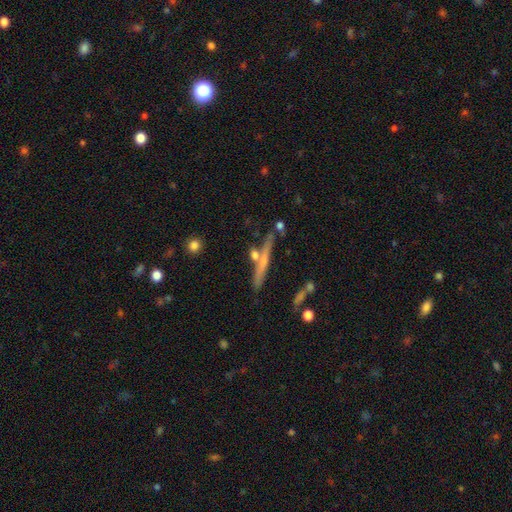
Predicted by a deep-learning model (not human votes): smooth_or_featured: smooth (p=0.46) [alt: featured or disk p=0.45]
merging: none (p=0.68) [alt: merger p=0.16]